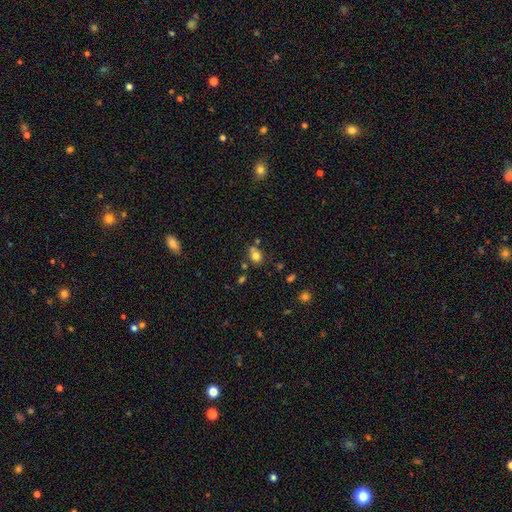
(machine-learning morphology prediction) This is likely a smooth galaxy (76%). How rounded: possibly round (51%). Merging: possibly none (56%).